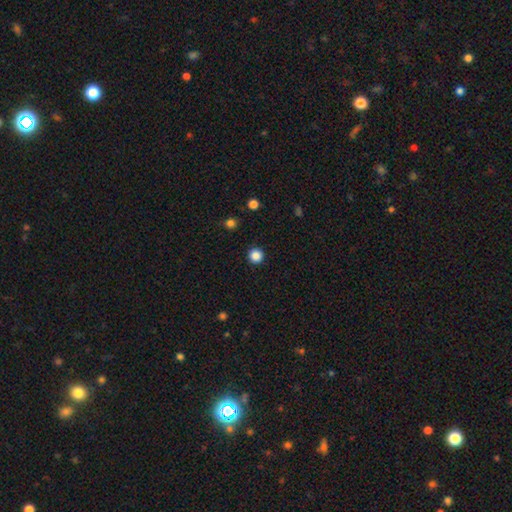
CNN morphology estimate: This appears to be a smooth galaxy with no disk features (86%) that is round (96%). Merging: none (93%).